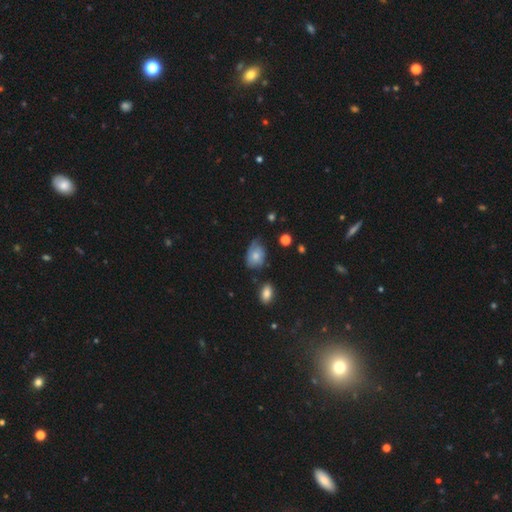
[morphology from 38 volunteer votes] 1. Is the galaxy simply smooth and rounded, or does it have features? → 55% smooth, 37% featured or disk, 8% star or artifact.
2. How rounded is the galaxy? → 67% in between, 33% round, 0% cigar-shaped.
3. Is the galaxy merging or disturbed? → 57% minor disturbance, 29% none, 11% major disturbance, 3% merger.